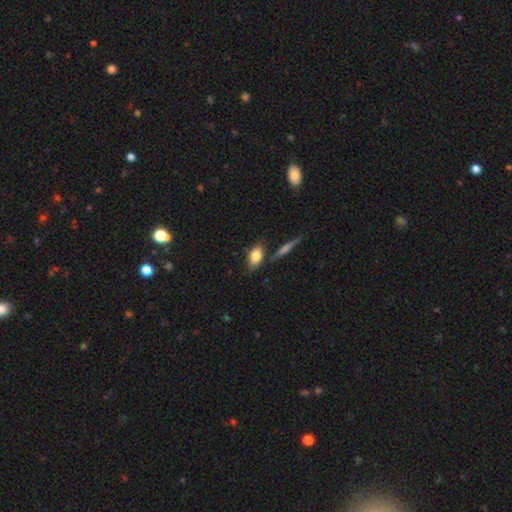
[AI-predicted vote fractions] Overall: smooth (81%). How rounded: in between (86%). Merging: none (71%).